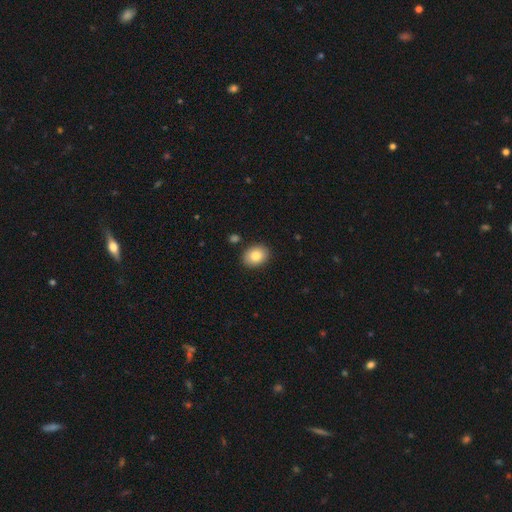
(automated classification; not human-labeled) This is clearly a smooth galaxy (84%). How rounded: likely in between (61%). Merging: clearly none (88%).